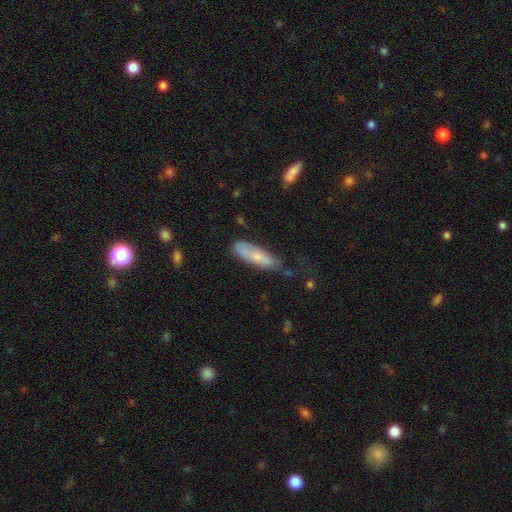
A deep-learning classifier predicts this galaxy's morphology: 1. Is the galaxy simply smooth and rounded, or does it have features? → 65% smooth, 28% featured or disk, 7% star or artifact.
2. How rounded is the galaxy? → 52% cigar-shaped, 46% in between, 2% round.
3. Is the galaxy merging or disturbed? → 50% none, 33% minor disturbance, 12% major disturbance, 4% merger.